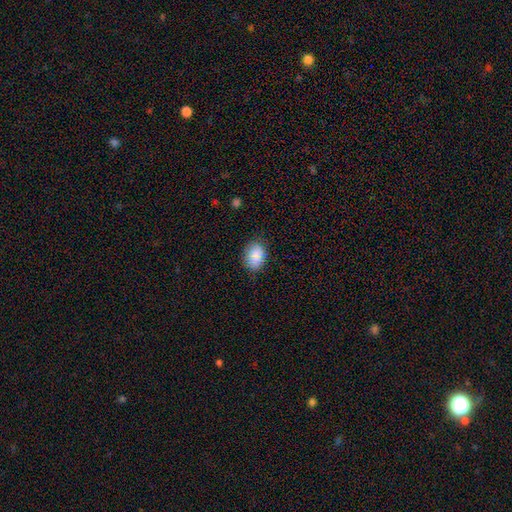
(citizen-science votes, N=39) A smooth galaxy with no disk features (82%) that is in between round and cigar-shaped (84%). Merging: none (80%).